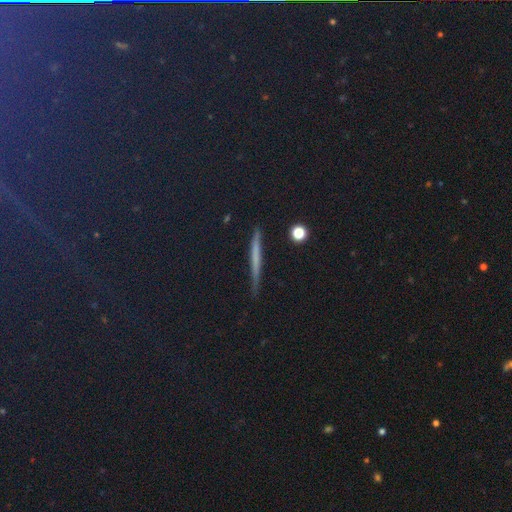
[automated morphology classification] smooth-or-featured: smooth: 44% | star or artifact: 29% | featured or disk: 27%
  merging: none: 85% | minor disturbance: 10% | major disturbance: 2% | merger: 2%